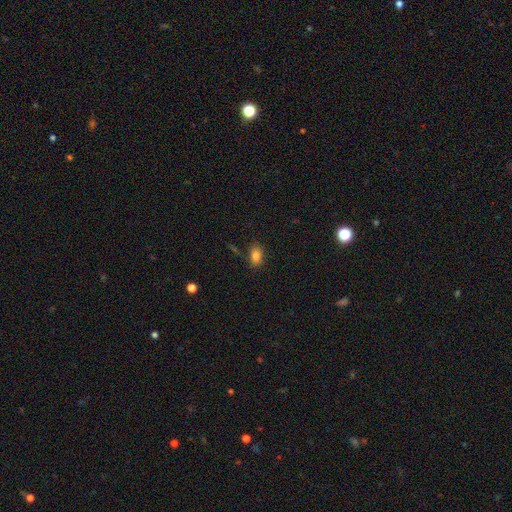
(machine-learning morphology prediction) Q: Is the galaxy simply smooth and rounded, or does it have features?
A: smooth — 83%.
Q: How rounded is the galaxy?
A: in between — 85%.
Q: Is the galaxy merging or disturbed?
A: none — 79%.